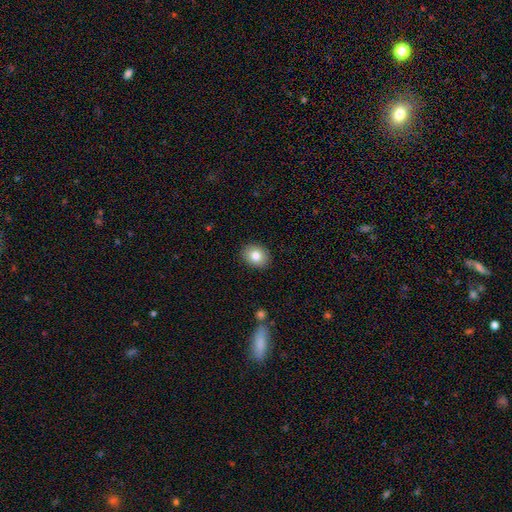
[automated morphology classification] type=smooth (81%); roundness=in between (51%); merging=none (90%).